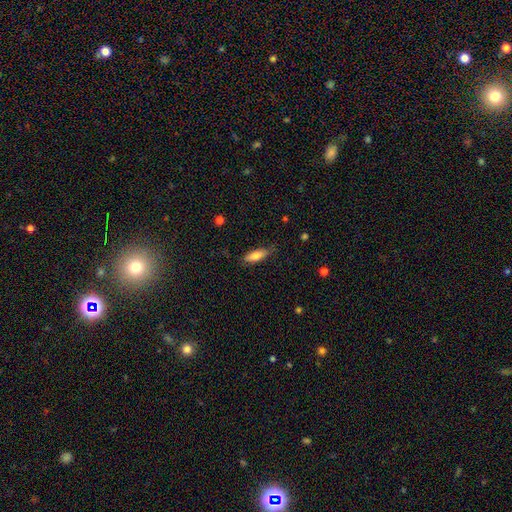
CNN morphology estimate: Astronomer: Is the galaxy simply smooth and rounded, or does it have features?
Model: smooth — 78%.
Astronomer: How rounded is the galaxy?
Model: in between — 56% (runner-up: cigar-shaped, 42%).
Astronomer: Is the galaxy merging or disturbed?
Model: none — 76%.